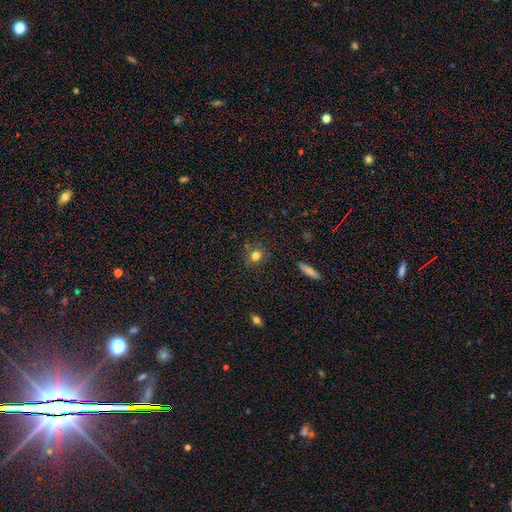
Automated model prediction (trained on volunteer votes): The model was most divided on "how rounded": round: 81%, in between: 18%, cigar-shaped: 2%. More confident: merging — none (82%); smooth or featured — smooth (79%).